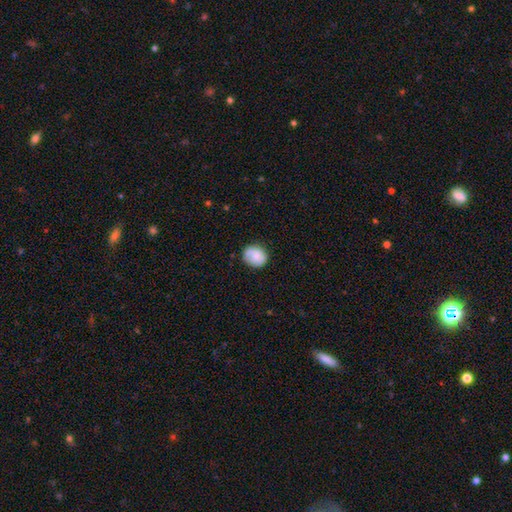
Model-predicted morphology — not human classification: Smooth or featured? smooth (67%)
How rounded? round (74%)
Merging? none (75%)